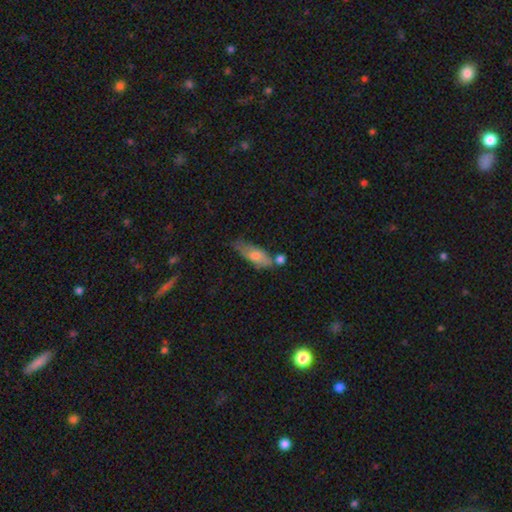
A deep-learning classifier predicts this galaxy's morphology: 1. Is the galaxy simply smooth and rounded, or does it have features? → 67% smooth, 26% featured or disk, 7% star or artifact.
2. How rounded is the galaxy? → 61% in between, 36% cigar-shaped, 3% round.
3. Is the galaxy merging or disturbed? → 44% none, 28% minor disturbance, 19% merger, 10% major disturbance.